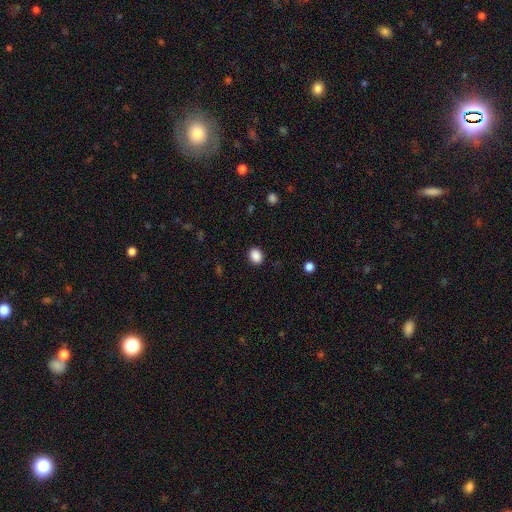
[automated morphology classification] The model was most divided on "how rounded": round: 59%, in between: 41%, cigar-shaped: 1%. More confident: merging — none (89%); smooth or featured — smooth (88%).